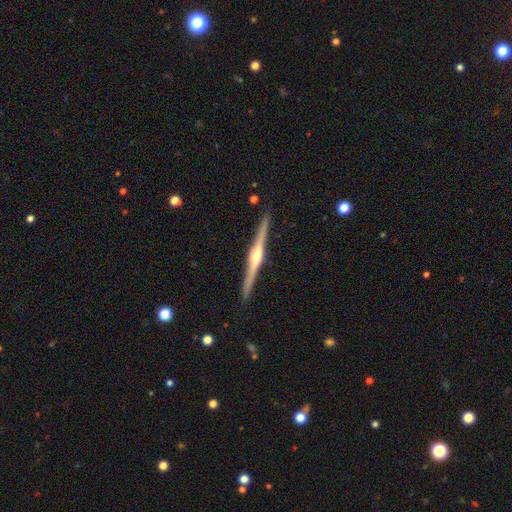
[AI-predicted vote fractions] A featured or disk galaxy (85%) viewed edge-on (99%) with a rounded central bulge (92%). Merging: none (91%).